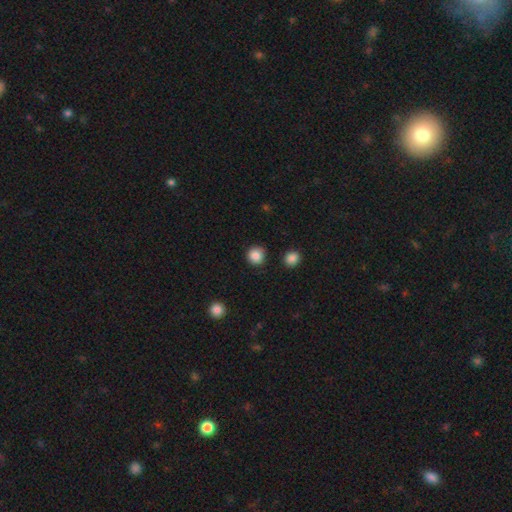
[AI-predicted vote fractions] smooth_or_featured: smooth (p=0.87) [alt: star or artifact p=0.10]
how_rounded: round (p=0.93) [alt: in between p=0.06]
merging: none (p=0.89) [alt: minor disturbance p=0.07]